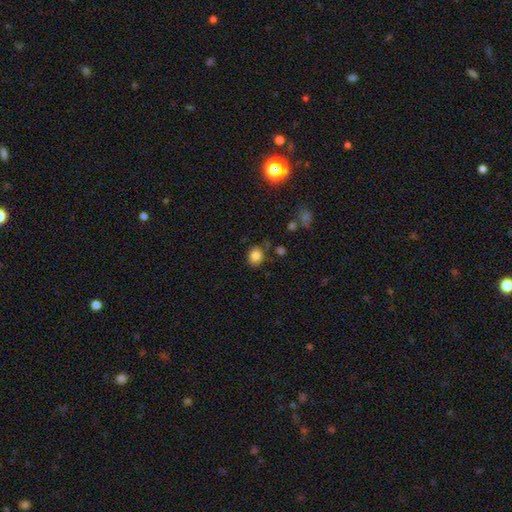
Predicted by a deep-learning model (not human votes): smooth 83%, star or artifact 11%, featured or disk 6%. Down the decision tree: how rounded — round (65%); merging — none (77%).